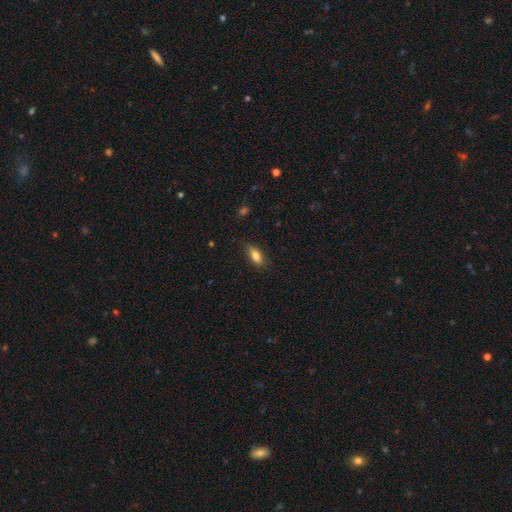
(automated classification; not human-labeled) smooth_or_featured: smooth (p=0.82) [alt: featured or disk p=0.10]
how_rounded: in between (p=0.82) [alt: cigar-shaped p=0.14]
merging: none (p=0.79) [alt: minor disturbance p=0.17]